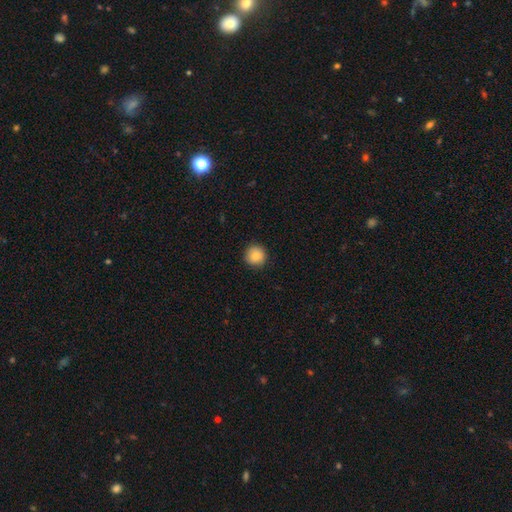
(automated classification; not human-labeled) A smooth galaxy with no disk features (87%) that is round (94%). Merging: none (90%).